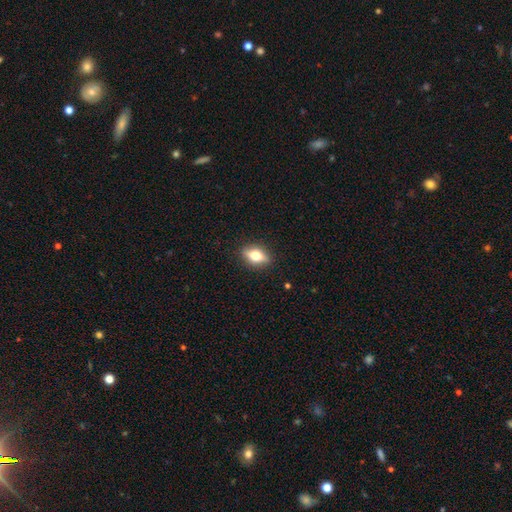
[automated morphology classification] A smooth galaxy with no disk features (61%) that is in between round and cigar-shaped (77%). Merging: none (88%).